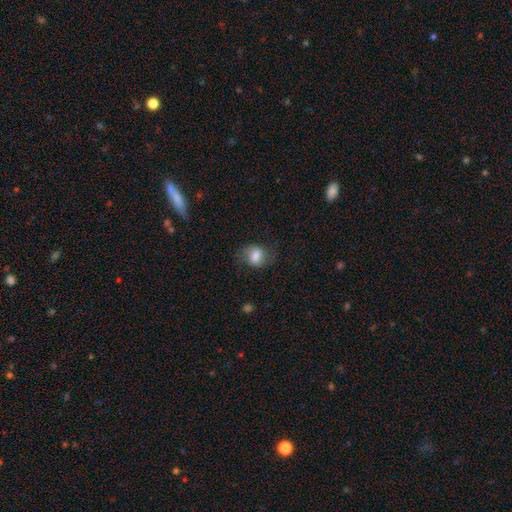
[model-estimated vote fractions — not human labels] Morphology: type=smooth (70%); roundness=in between (53%); merging=none (69%).